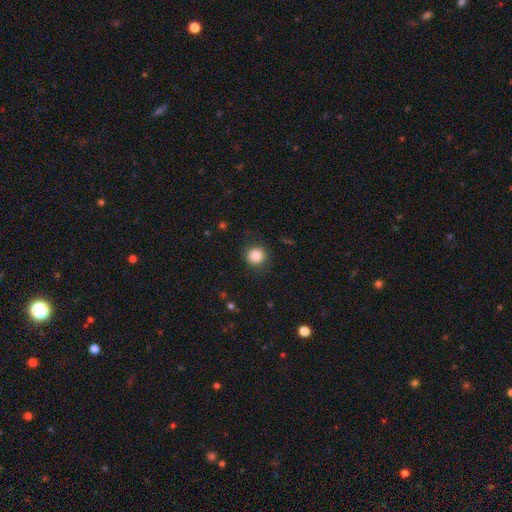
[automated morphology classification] Smooth or featured? smooth (85%)
How rounded? round (92%)
Merging? none (86%)